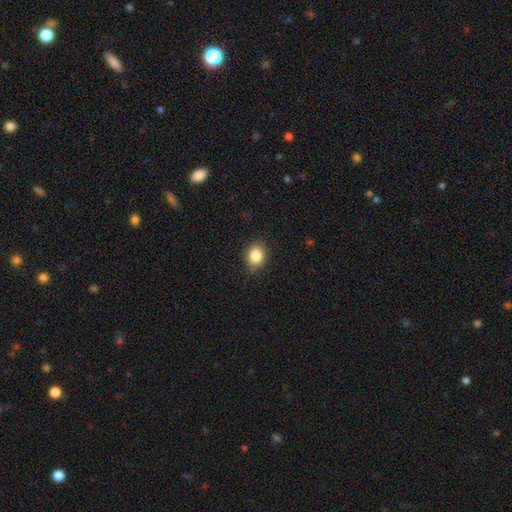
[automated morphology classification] The model was most divided on "how rounded": in between: 52%, round: 47%, cigar-shaped: 1%. More confident: smooth or featured — smooth (85%); merging — none (84%).